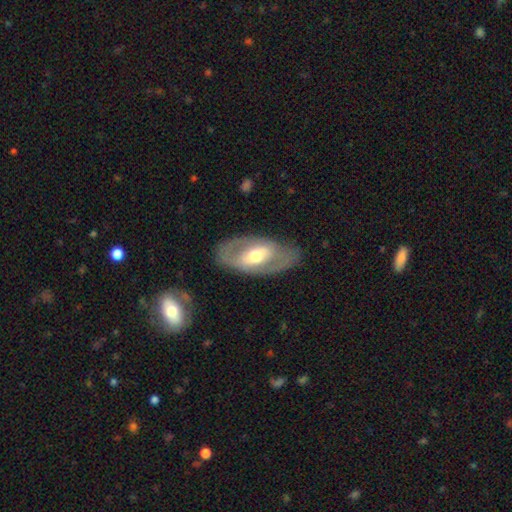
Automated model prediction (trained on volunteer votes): smooth_or_featured: featured or disk (p=0.69) [alt: smooth p=0.26]
disk_edge_on: no (p=0.90) [alt: yes p=0.10]
bar: weak (p=0.36) [alt: no p=0.33]
has_spiral_arms: no (p=0.50) [tied with: yes p=0.50]
bulge_size: moderate (p=0.67) [alt: small p=0.17]
merging: none (p=0.77) [alt: minor disturbance p=0.15]